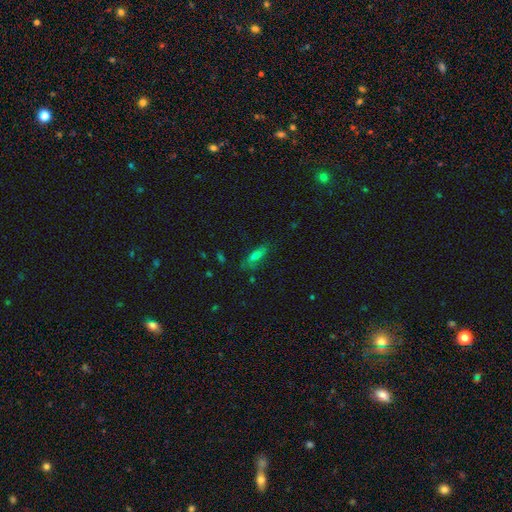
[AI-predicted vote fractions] This appears to be a smooth galaxy with no disk features (60%) that is in between round and cigar-shaped (50%). Merging: none (69%).